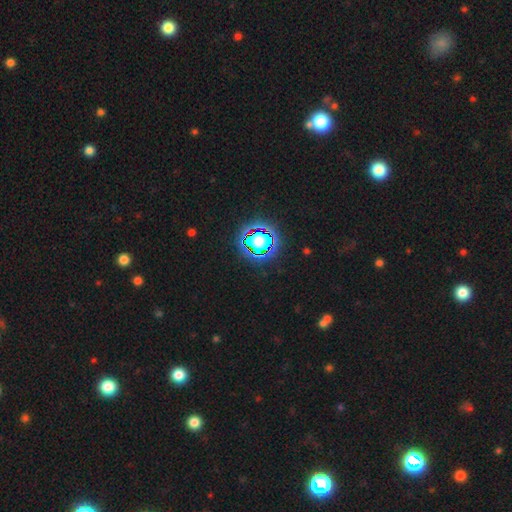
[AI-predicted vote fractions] Smooth or featured? Predicted: star or artifact (p=0.81).